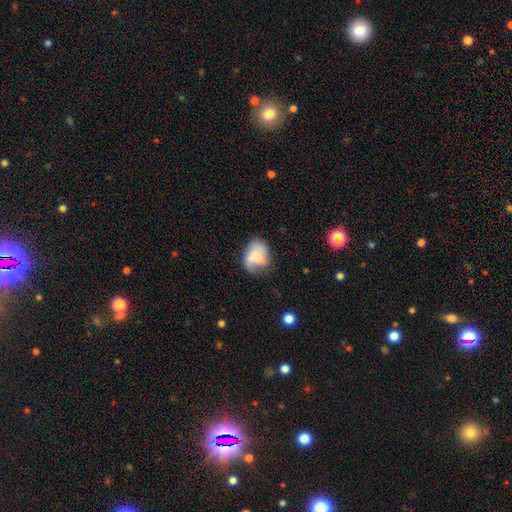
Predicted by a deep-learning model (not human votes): The model was most divided on "merging": none: 47%, minor disturbance: 31%, major disturbance: 19%, merger: 3%. More confident: how rounded — in between (59%); smooth or featured — smooth (59%).